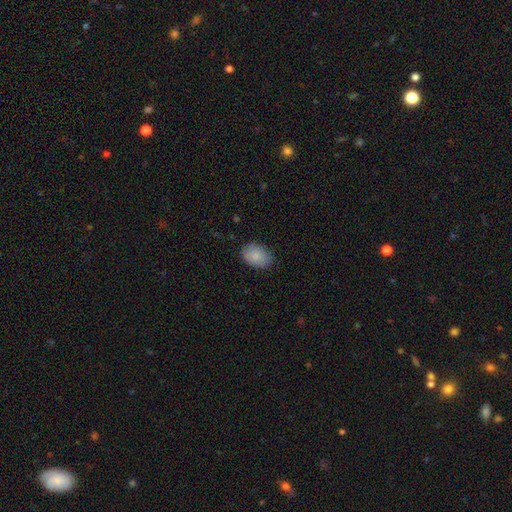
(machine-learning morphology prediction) This is clearly a smooth galaxy (88%). How rounded: clearly in between (83%). Merging: clearly none (81%).